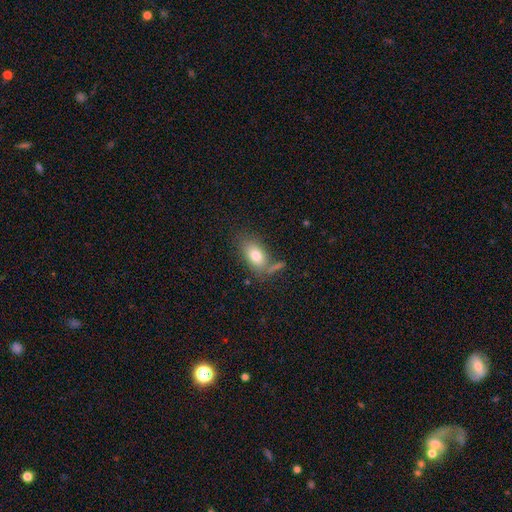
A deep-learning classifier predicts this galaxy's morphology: Smooth or featured? smooth (79%)
How rounded? in between (89%)
Merging? none (63%)